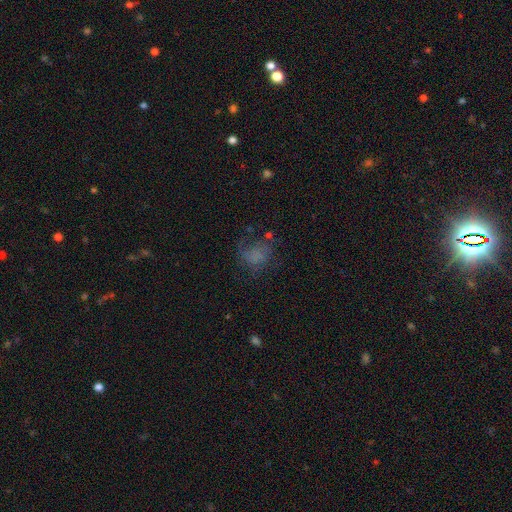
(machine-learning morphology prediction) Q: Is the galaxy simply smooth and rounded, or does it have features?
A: smooth — 58%.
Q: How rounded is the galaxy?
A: round — 55%.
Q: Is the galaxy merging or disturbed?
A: none — 45%.